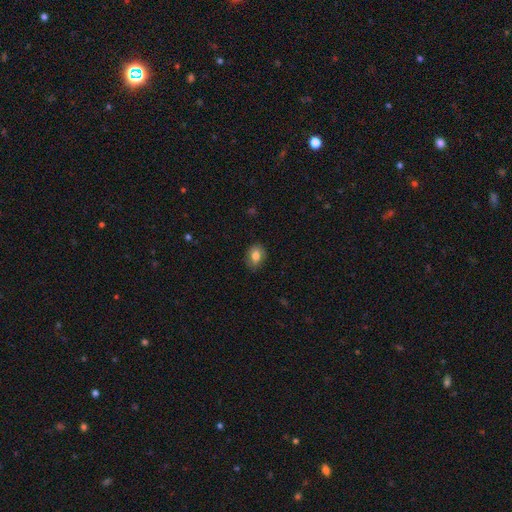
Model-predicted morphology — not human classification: smooth_or_featured: smooth (p=0.78) [alt: featured or disk p=0.13]
how_rounded: in between (p=0.63) [alt: round p=0.36]
merging: none (p=0.79) [alt: minor disturbance p=0.16]